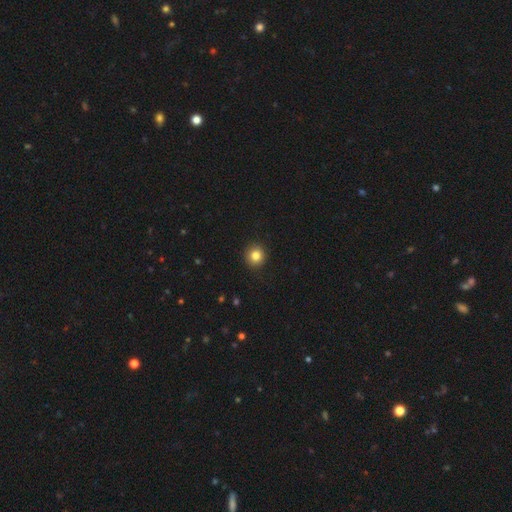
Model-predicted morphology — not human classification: Smooth or featured: smooth — 83% (star or artifact — 11%)
How rounded: round — 92% (in between — 7%)
Merging: none — 91% (minor disturbance — 6%)